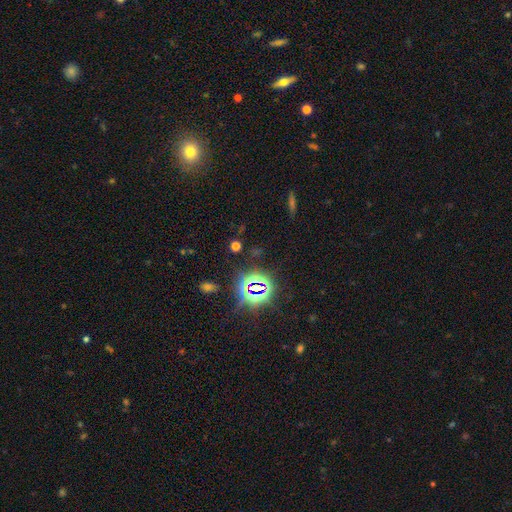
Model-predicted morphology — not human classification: This appears to be a star or artifact, not a galaxy (74%).